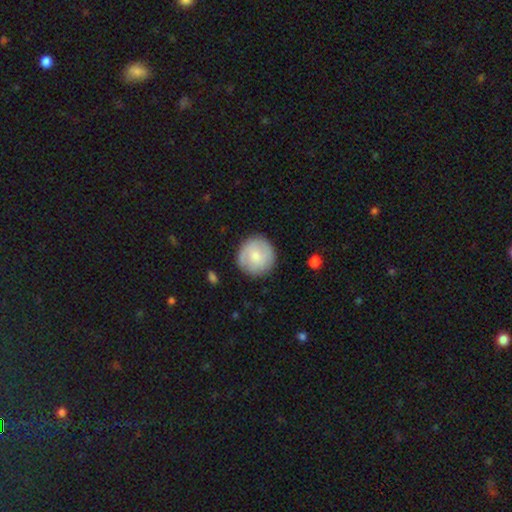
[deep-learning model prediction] smooth 69%, featured or disk 25%, star or artifact 6%. Down the decision tree: how rounded — round (95%); merging — none (85%).